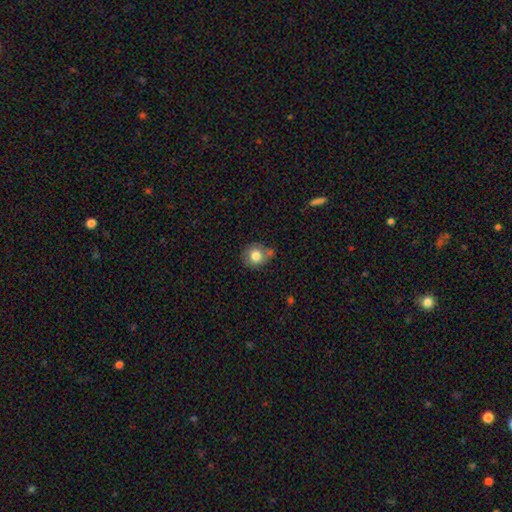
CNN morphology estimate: A smooth galaxy with no disk features (79%) that is round (78%). Merging: none (58%).